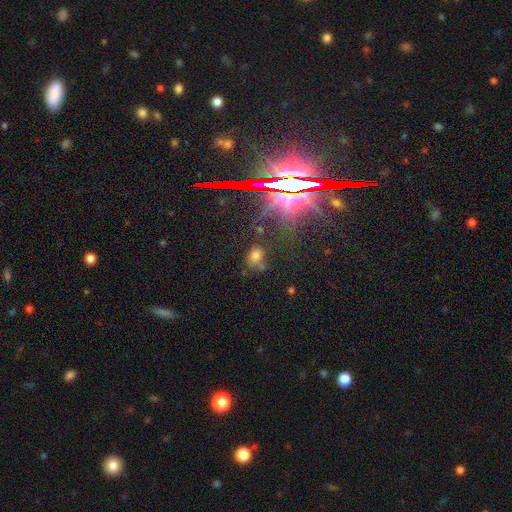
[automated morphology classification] A smooth galaxy with no disk features (58%) that is in between round and cigar-shaped (56%). Merging: none (58%).